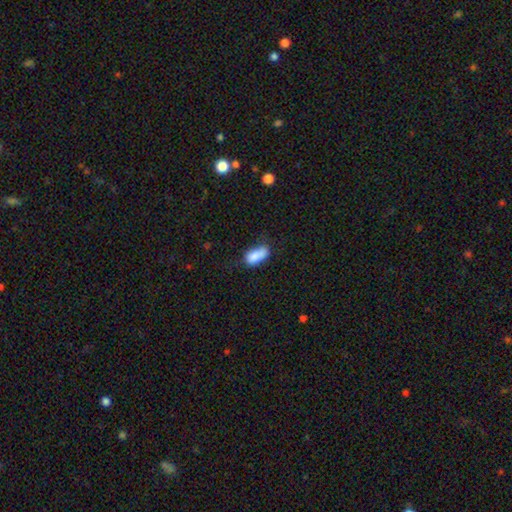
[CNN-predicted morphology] smooth_or_featured: smooth (p=0.84) [alt: featured or disk p=0.08]
how_rounded: in between (p=0.89) [alt: cigar-shaped p=0.07]
merging: none (p=0.51) [alt: minor disturbance p=0.34]